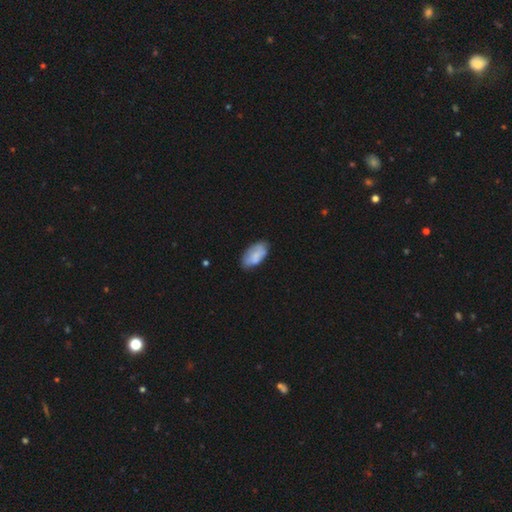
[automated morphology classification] Smooth or featured? Predicted: smooth (p=0.77). How rounded? Predicted: in between (p=0.94). Merging? Predicted: none (p=0.66).